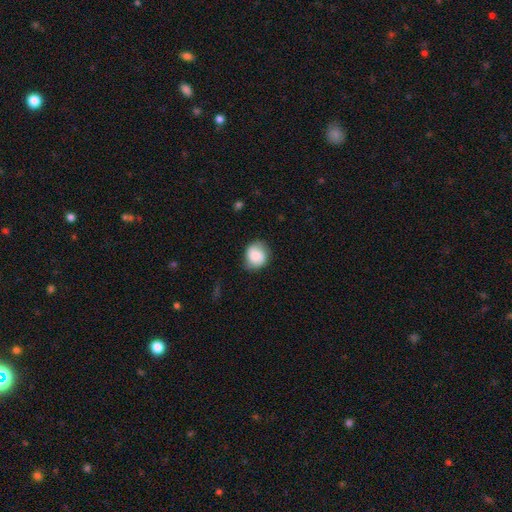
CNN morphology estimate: This is likely a smooth galaxy (75%). How rounded: likely round (77%). Merging: likely none (75%).